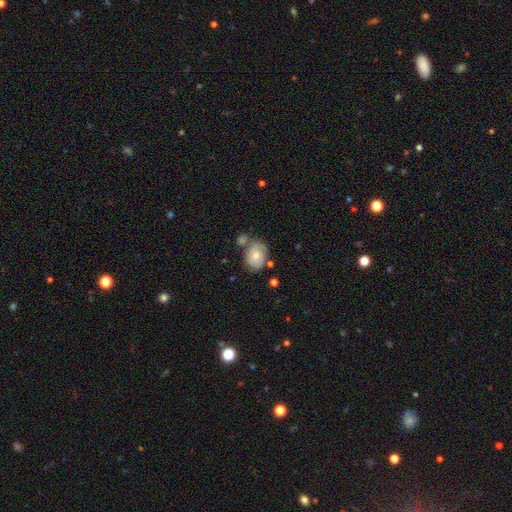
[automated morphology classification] Smooth or featured? smooth (49%)
Merging? none (52%)